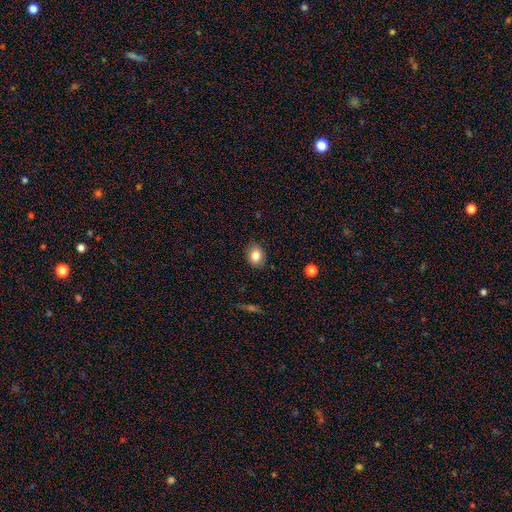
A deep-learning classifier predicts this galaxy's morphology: This appears to be a smooth galaxy with no disk features (82%) that is in between round and cigar-shaped (56%). Merging: none (85%).